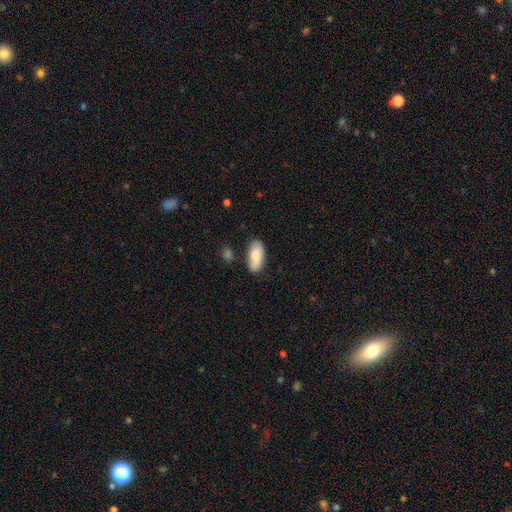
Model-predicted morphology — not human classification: smooth 81%, featured or disk 13%, star or artifact 6%. Down the decision tree: how rounded — in between (89%); merging — none (78%).